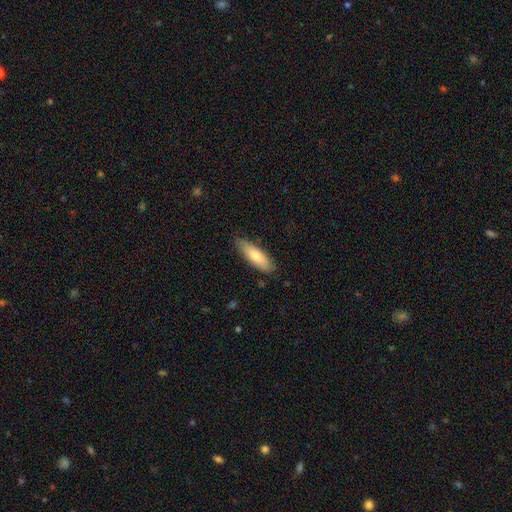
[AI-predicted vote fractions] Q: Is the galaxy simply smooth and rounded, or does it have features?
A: smooth — 73%.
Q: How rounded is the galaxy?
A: cigar-shaped — 53%.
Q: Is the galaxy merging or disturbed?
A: none — 84%.